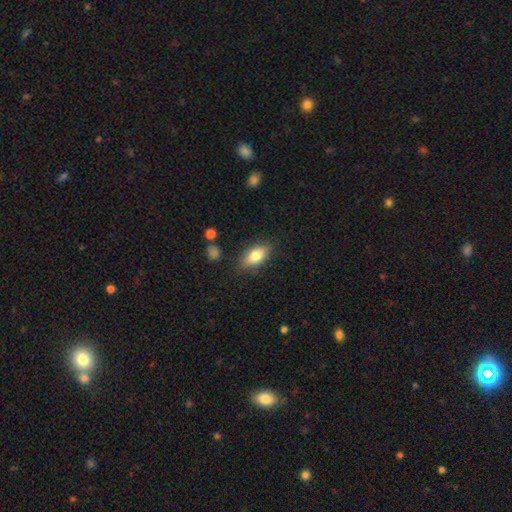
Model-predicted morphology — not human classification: smooth-or-featured: smooth: 79% | featured or disk: 13% | star or artifact: 7%
  how-rounded: in between: 86% | cigar-shaped: 8% | round: 5%
  merging: none: 83% | minor disturbance: 13% | major disturbance: 3% | merger: 2%